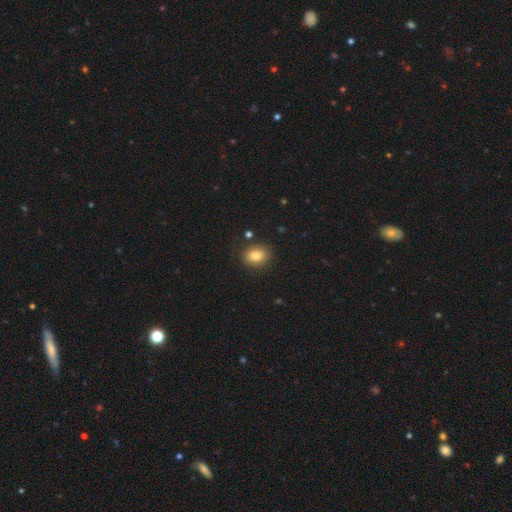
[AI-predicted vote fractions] Smooth or featured? smooth (83%)
How rounded? in between (56%)
Merging? none (86%)